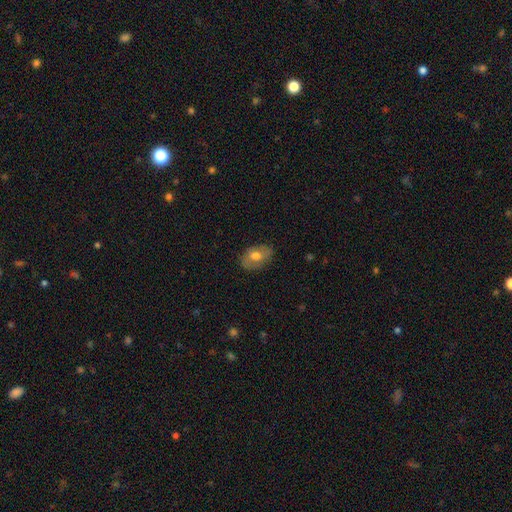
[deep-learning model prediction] Smooth or featured: smooth — 67% (featured or disk — 26%)
How rounded: in between — 84% (round — 15%)
Merging: none — 80% (minor disturbance — 15%)